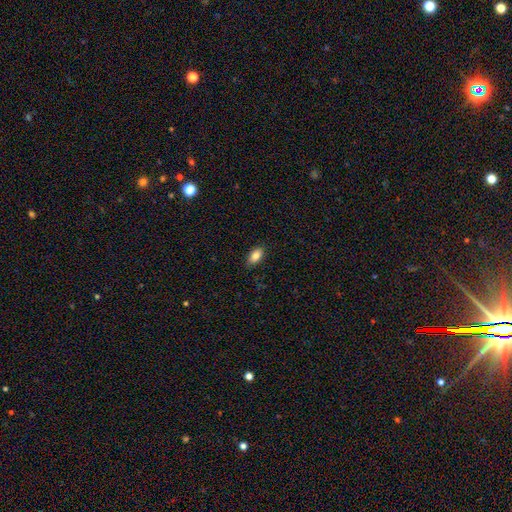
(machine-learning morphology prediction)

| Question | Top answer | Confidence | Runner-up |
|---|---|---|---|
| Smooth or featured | smooth | 84% | star or artifact (8%) |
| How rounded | in between | 91% | round (6%) |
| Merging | none | 86% | minor disturbance (10%) |